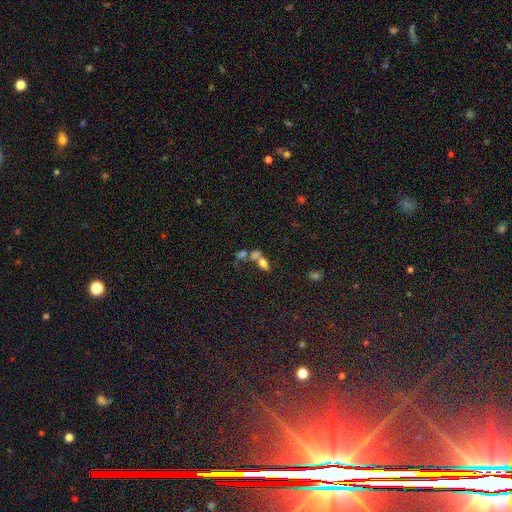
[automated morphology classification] type=smooth (60%); roundness=in between (71%); merging=merger (60%).